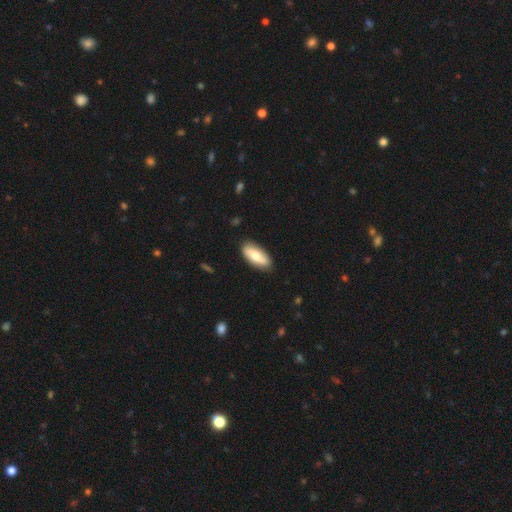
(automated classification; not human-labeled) smooth 65%, featured or disk 30%, star or artifact 5%. Down the decision tree: how rounded — in between (81%); merging — none (87%).